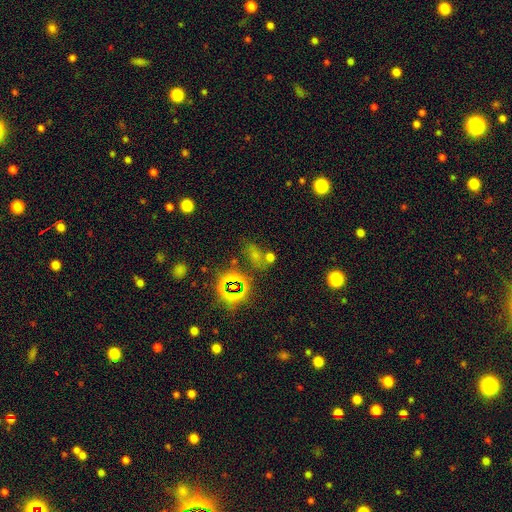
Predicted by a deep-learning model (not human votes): Morphology: type=smooth (46%); merging=none (52%).